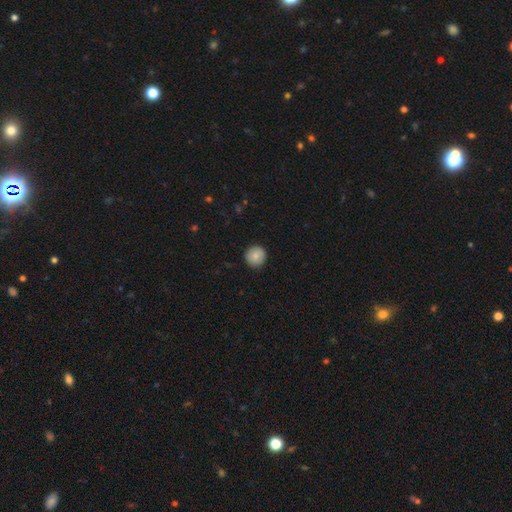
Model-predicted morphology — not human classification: This is clearly a smooth galaxy (83%). How rounded: clearly round (95%). Merging: clearly none (90%).